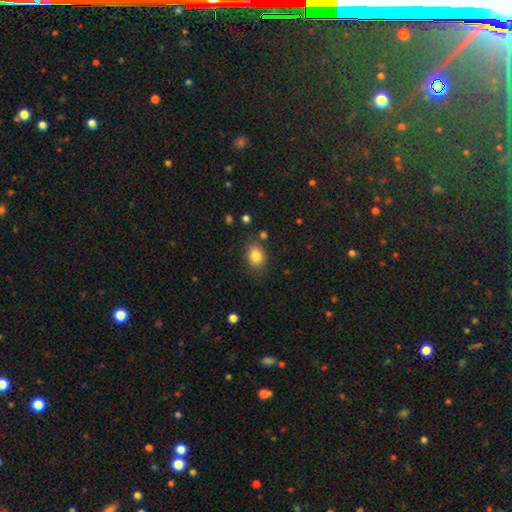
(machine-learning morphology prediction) The model was most divided on "how rounded": in between: 63%, round: 36%, cigar-shaped: 1%. More confident: smooth or featured — smooth (83%); merging — none (80%).